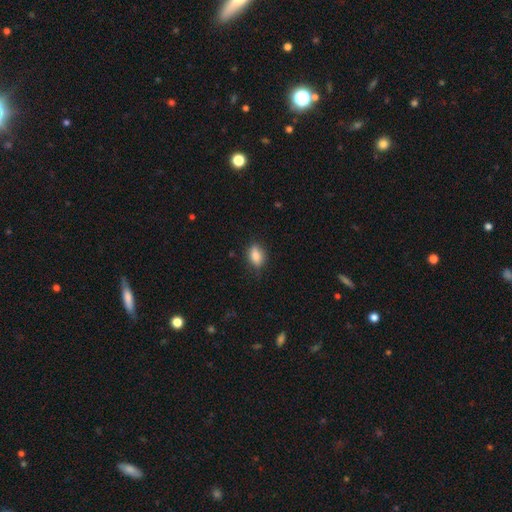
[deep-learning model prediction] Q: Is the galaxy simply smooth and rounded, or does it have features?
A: smooth — 80%.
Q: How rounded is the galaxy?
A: in between — 80%.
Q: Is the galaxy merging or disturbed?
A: none — 74%.